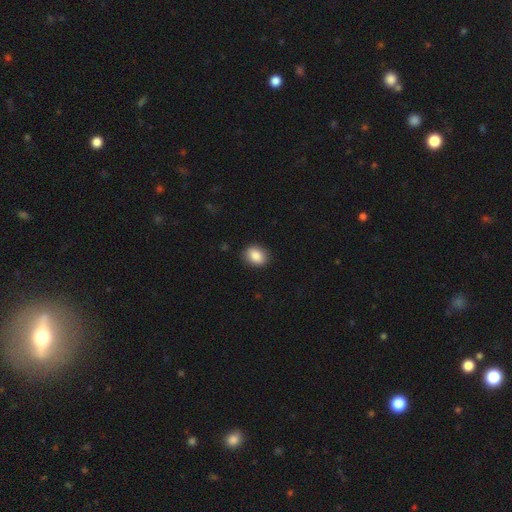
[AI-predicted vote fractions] A smooth galaxy with no disk features (87%) that is in between round and cigar-shaped (57%).

Vote fractions:
- Smooth or featured? smooth: 87% / star or artifact: 8% / featured or disk: 5%
- How rounded? in between: 57% / round: 42% / cigar-shaped: 1%
- Merging? none: 88% / minor disturbance: 9% / major disturbance: 2% / merger: 1%